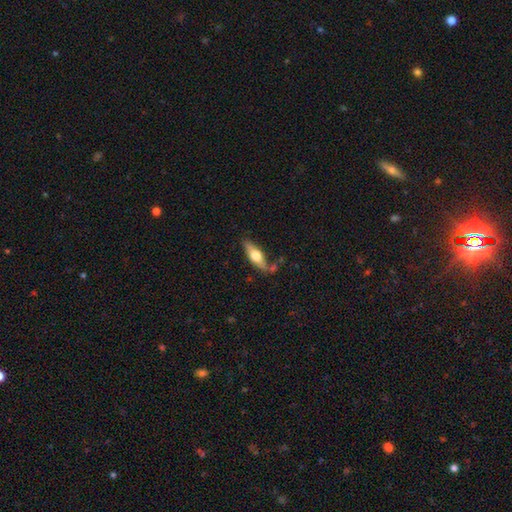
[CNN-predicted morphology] A smooth galaxy with no disk features (52%) that is in between round and cigar-shaped (51%).

Vote fractions:
- Smooth or featured? smooth: 52% / featured or disk: 42% / star or artifact: 6%
- How rounded? in between: 51% / cigar-shaped: 46% / round: 3%
- Merging? none: 68% / minor disturbance: 20% / merger: 8% / major disturbance: 5%